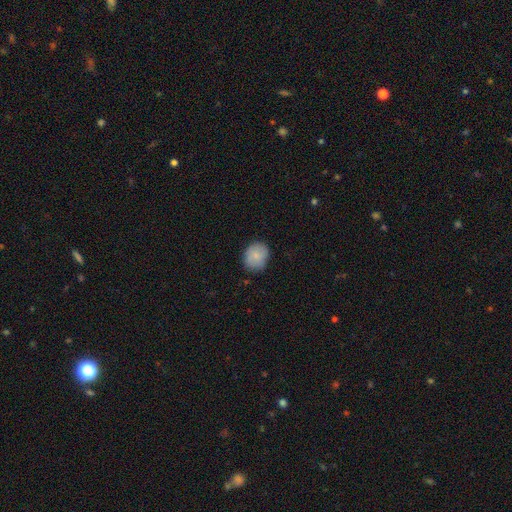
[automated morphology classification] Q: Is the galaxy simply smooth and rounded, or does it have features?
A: smooth — 84%.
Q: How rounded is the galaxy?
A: round — 62%.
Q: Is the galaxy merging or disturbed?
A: none — 79%.